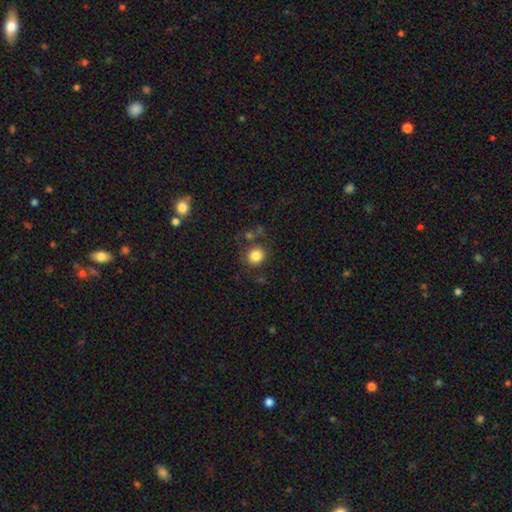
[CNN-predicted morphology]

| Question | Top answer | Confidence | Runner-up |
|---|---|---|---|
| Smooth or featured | smooth | 83% | star or artifact (10%) |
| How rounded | round | 89% | in between (10%) |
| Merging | none | 78% | minor disturbance (11%) |